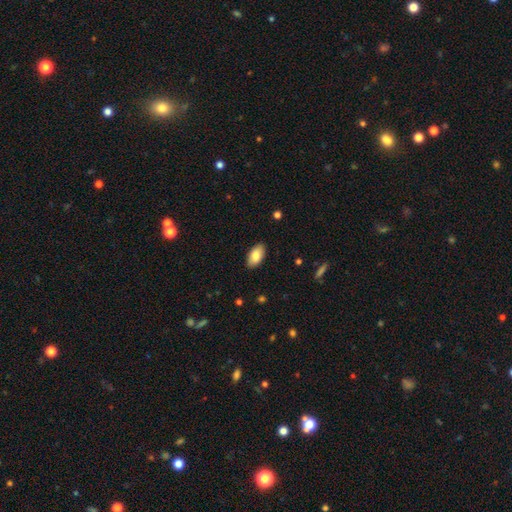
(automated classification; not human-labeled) Smooth or featured: smooth — 83% (featured or disk — 10%)
How rounded: in between — 94% (round — 3%)
Merging: none — 88% (minor disturbance — 9%)